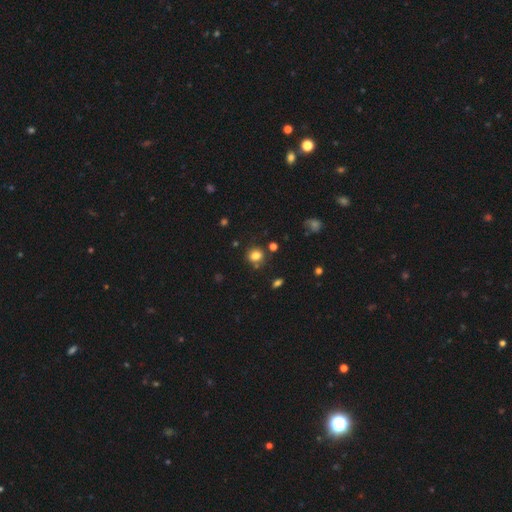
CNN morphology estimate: Smooth or featured? Predicted: smooth (p=0.80). How rounded? Predicted: round (p=0.75). Merging? Predicted: none (p=0.78).